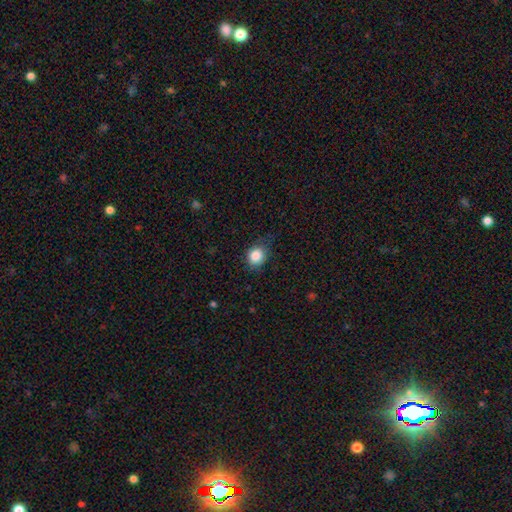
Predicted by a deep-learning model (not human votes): smooth 85%, star or artifact 10%, featured or disk 5%. Down the decision tree: how rounded — round (68%); merging — none (71%).